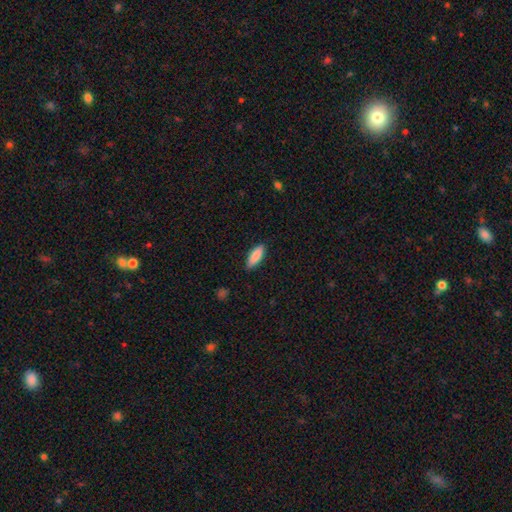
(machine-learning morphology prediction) smooth 84%, featured or disk 10%, star or artifact 6%. Down the decision tree: how rounded — in between (66%); merging — none (85%).